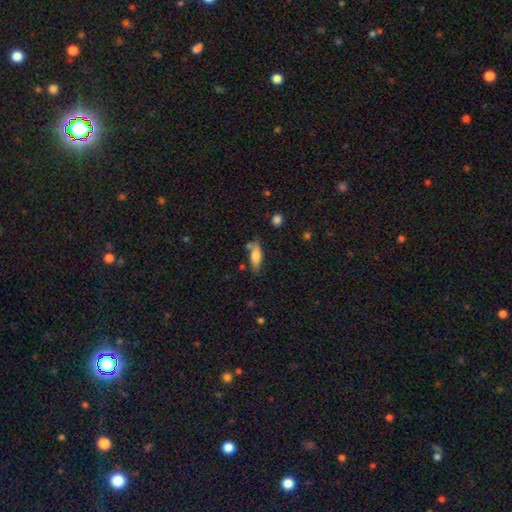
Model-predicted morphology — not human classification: A smooth galaxy with no disk features (75%) that is in between round and cigar-shaped (62%).

Vote fractions:
- Smooth or featured? smooth: 75% / featured or disk: 19% / star or artifact: 7%
- How rounded? in between: 62% / cigar-shaped: 36% / round: 2%
- Merging? none: 67% / minor disturbance: 19% / merger: 10% / major disturbance: 5%